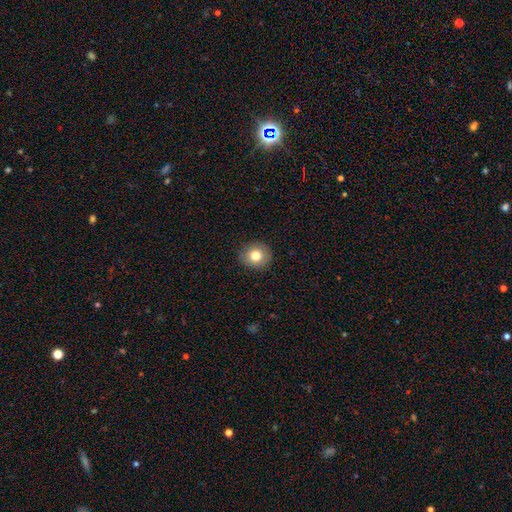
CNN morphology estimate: A smooth galaxy with no disk features (79%) that is round (86%).

Vote fractions:
- Smooth or featured? smooth: 79% / featured or disk: 11% / star or artifact: 10%
- How rounded? round: 86% / in between: 13% / cigar-shaped: 1%
- Merging? none: 90% / minor disturbance: 7% / major disturbance: 2% / merger: 1%